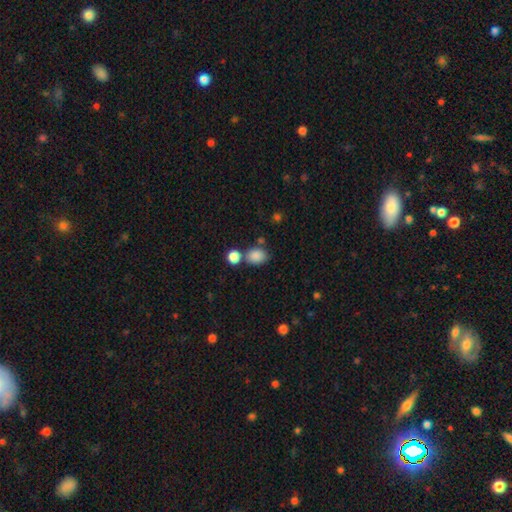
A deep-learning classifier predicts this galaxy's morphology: Smooth or featured?
  - smooth: 85% *
  - star or artifact: 10%
  - featured or disk: 5%
How rounded?
  - in between: 63% *
  - round: 35%
  - cigar-shaped: 1%
Merging?
  - none: 60% *
  - merger: 22%
  - minor disturbance: 13%
  - major disturbance: 4%